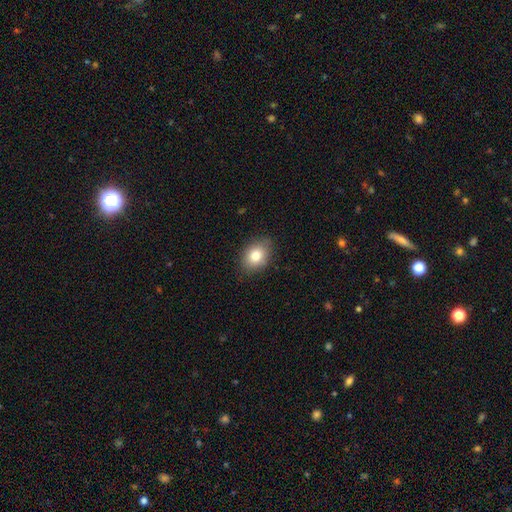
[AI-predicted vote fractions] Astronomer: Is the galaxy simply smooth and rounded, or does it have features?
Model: smooth — 80%.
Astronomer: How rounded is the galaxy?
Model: in between — 69%.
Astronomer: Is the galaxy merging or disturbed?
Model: none — 82%.